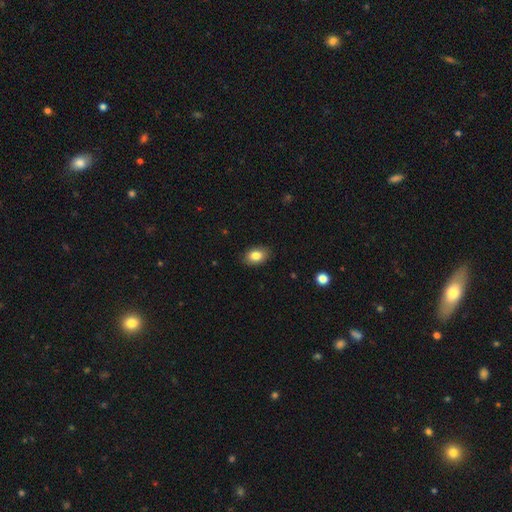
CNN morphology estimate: The model was most divided on "how rounded": in between: 83%, round: 16%, cigar-shaped: 1%. More confident: merging — none (87%); smooth or featured — smooth (83%).